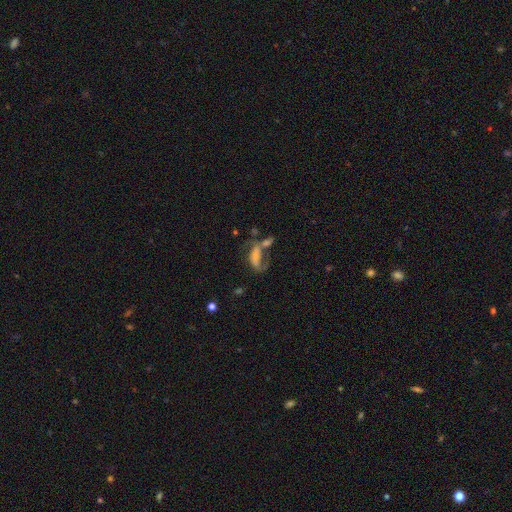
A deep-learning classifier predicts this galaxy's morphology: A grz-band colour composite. It shows a featured or disk galaxy (44%). Merging: merger (37%).